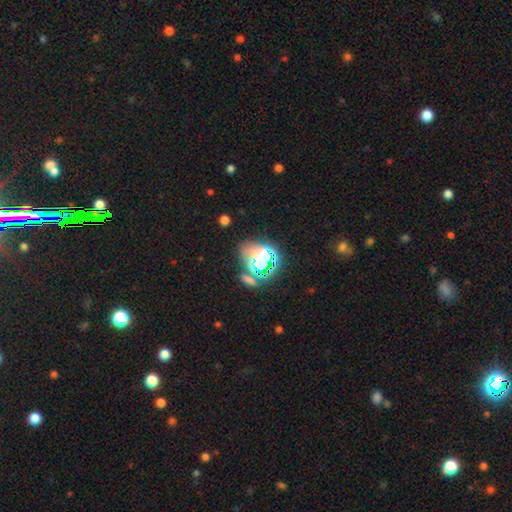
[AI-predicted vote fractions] This appears to be a star or artifact, not a galaxy (64%).